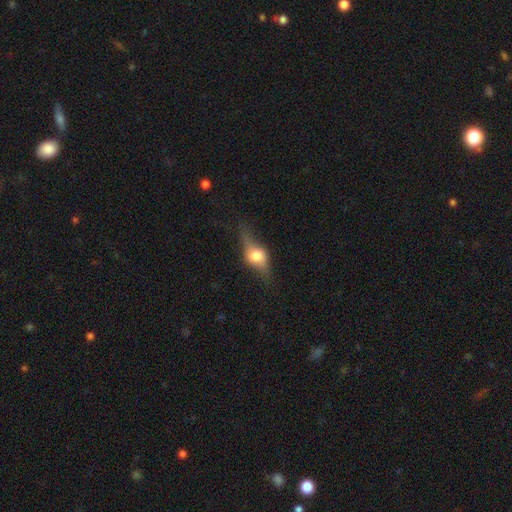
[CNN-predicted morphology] smooth_or_featured: featured or disk (p=0.51) [alt: smooth p=0.41]
disk_edge_on: yes (p=0.82) [alt: no p=0.18]
merging: none (p=0.65) [alt: minor disturbance p=0.23]